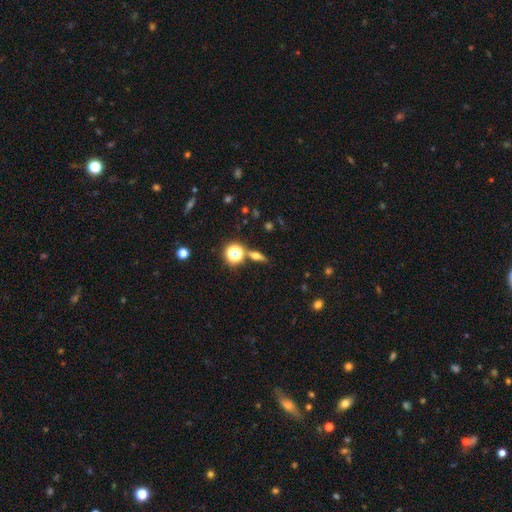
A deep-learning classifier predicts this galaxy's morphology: Smooth or featured? smooth (41%)
Merging? none (79%)